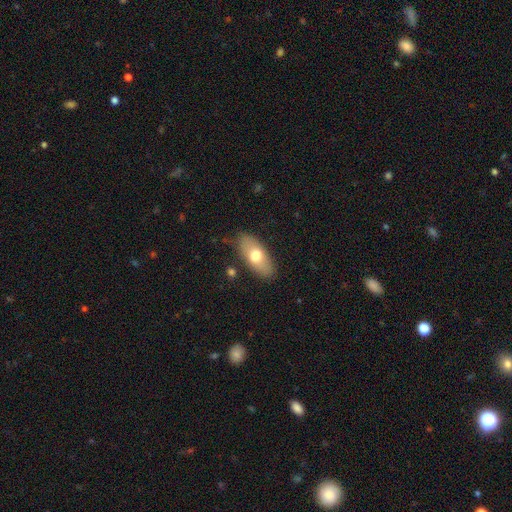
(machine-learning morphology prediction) smooth 67%, featured or disk 27%, star or artifact 6%. Down the decision tree: how rounded — in between (87%); merging — none (81%).